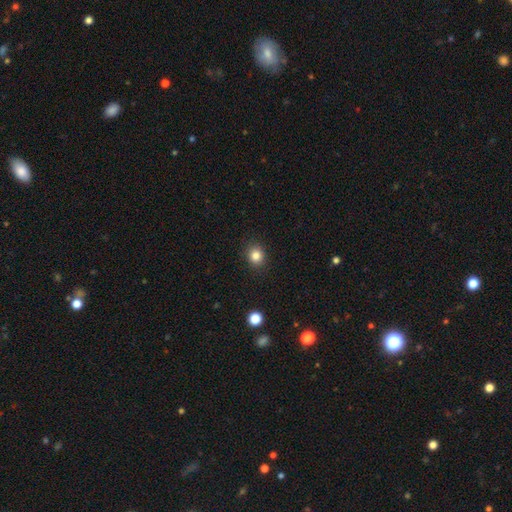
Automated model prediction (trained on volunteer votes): The model was most divided on "how rounded": round: 77%, in between: 22%, cigar-shaped: 1%. More confident: merging — none (89%); smooth or featured — smooth (83%).